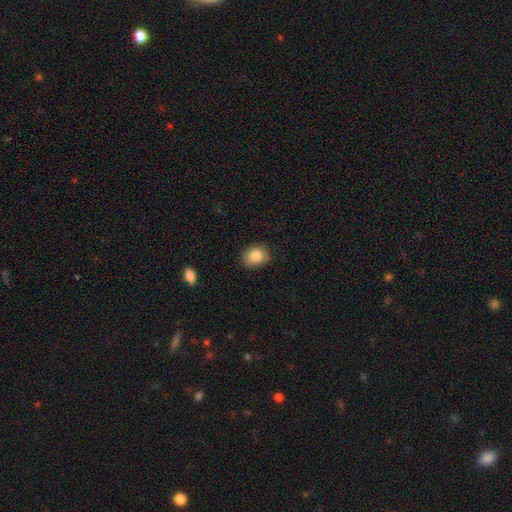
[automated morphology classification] Smooth or featured: smooth — 84% (star or artifact — 9%)
How rounded: round — 54% (in between — 45%)
Merging: none — 82% (minor disturbance — 14%)